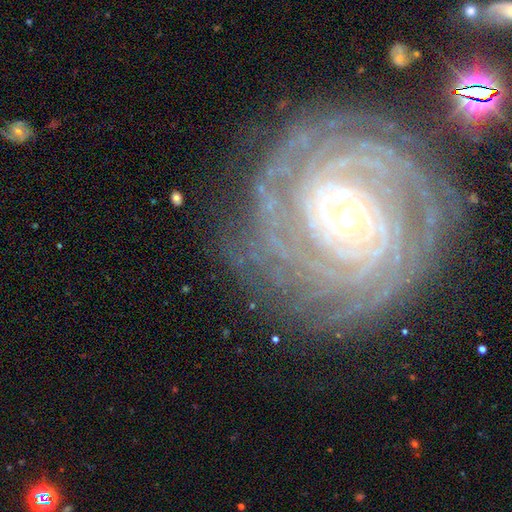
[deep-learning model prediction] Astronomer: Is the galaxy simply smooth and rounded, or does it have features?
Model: featured or disk — 88%.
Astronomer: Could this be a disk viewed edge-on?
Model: no — 97%.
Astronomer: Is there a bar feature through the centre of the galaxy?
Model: no — 69%.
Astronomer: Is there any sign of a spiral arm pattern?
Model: yes — 98%.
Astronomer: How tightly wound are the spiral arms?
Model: tight — 88%.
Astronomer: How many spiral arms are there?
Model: more than 4 — 24% (runner-up: can't tell, 21%).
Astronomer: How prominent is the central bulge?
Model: small — 81%.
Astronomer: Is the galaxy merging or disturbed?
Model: none — 80%.